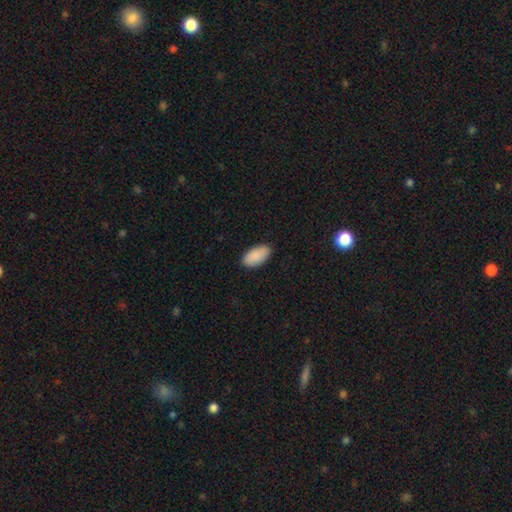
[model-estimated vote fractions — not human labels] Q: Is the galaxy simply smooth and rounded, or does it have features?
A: smooth — 90%.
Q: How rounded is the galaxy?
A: in between — 95%.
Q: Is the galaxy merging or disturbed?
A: none — 87%.